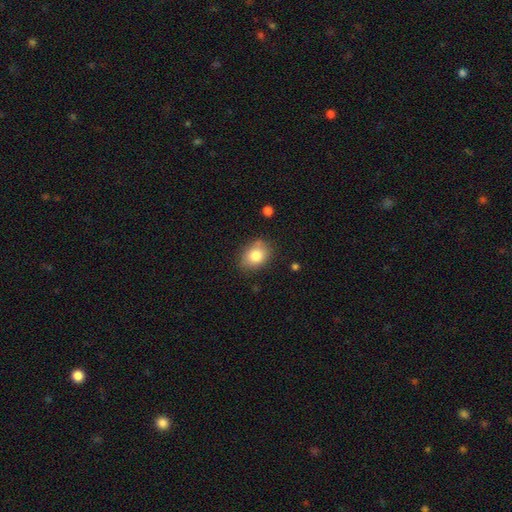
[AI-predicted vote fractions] The model was most divided on "how rounded": in between: 65%, round: 34%, cigar-shaped: 1%. More confident: smooth or featured — smooth (81%); merging — none (74%).